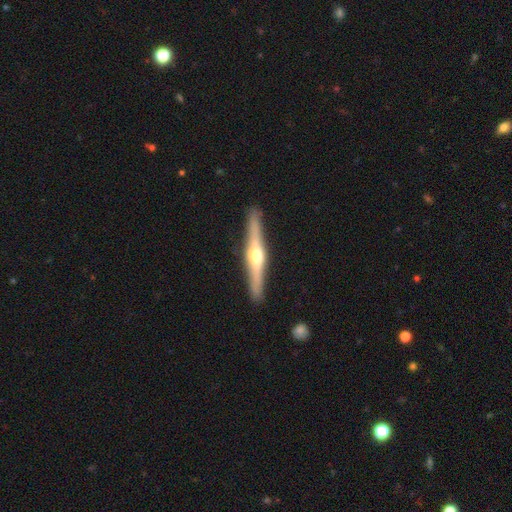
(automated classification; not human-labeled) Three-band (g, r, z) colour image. It shows a featured or disk galaxy (76%) viewed edge-on (98%) with a rounded central bulge (92%). Merging: none (91%).